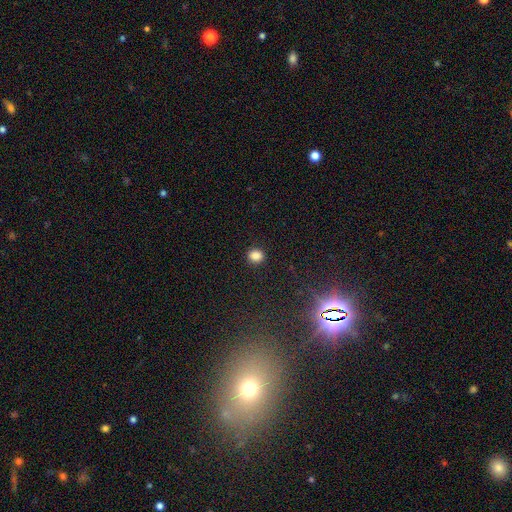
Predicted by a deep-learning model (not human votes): smooth-or-featured: smooth: 84% | star or artifact: 13% | featured or disk: 4%
  how-rounded: round: 73% | in between: 26% | cigar-shaped: 1%
  merging: none: 90% | minor disturbance: 7% | major disturbance: 2% | merger: 1%